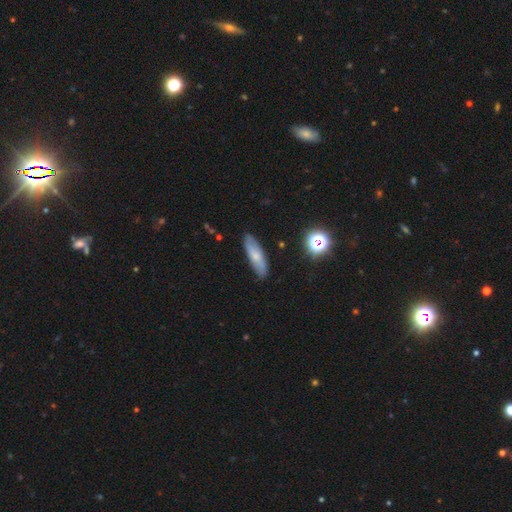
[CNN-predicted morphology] This is likely a smooth galaxy (63%). How rounded: possibly cigar-shaped (50%). Merging: clearly none (83%).